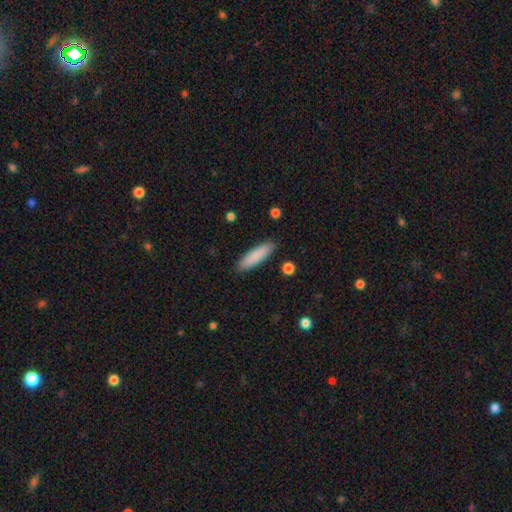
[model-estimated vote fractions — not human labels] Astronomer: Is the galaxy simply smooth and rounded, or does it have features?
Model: smooth — 87%.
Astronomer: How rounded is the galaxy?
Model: cigar-shaped — 72%.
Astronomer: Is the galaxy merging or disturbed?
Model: none — 90%.